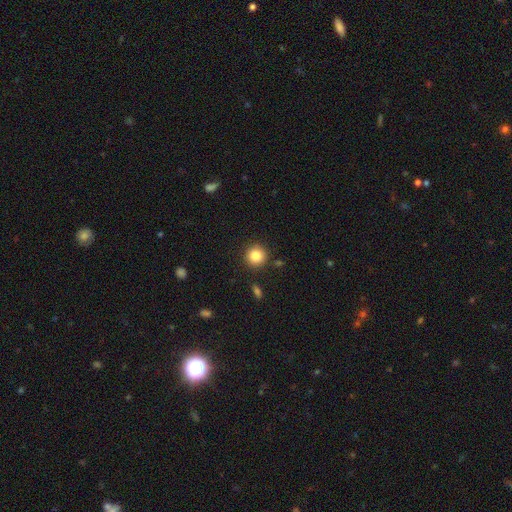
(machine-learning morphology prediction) smooth-or-featured: smooth: 85% | star or artifact: 10% | featured or disk: 5%
  how-rounded: round: 93% | in between: 6% | cigar-shaped: 1%
  merging: none: 89% | minor disturbance: 6% | major disturbance: 2% | merger: 2%